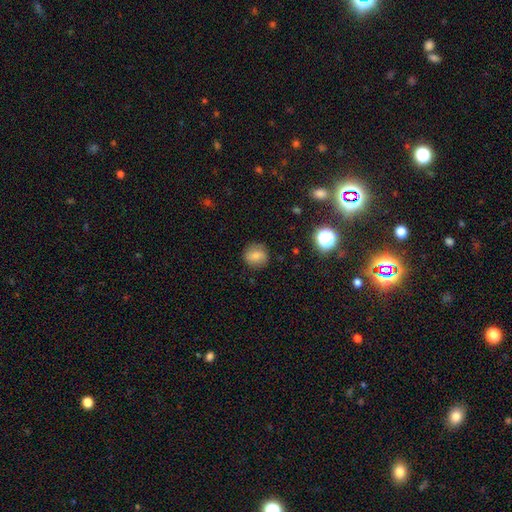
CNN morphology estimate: Smooth or featured?
  - smooth: 74% *
  - featured or disk: 14%
  - star or artifact: 12%
How rounded?
  - round: 86% *
  - in between: 13%
  - cigar-shaped: 1%
Merging?
  - none: 84% *
  - minor disturbance: 11%
  - major disturbance: 3%
  - merger: 1%